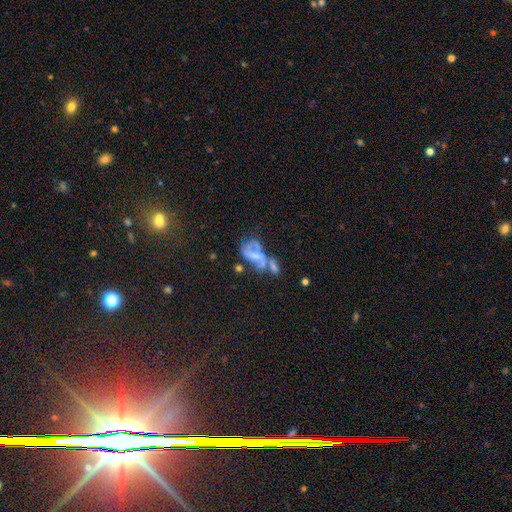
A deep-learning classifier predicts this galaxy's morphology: featured or disk 53%, smooth 30%, star or artifact 17%. Down the decision tree: edge-on disk — no (96%); bar — no (60%); spiral arms — yes (53%); bulge size — none (51%); merging — merger (45%).